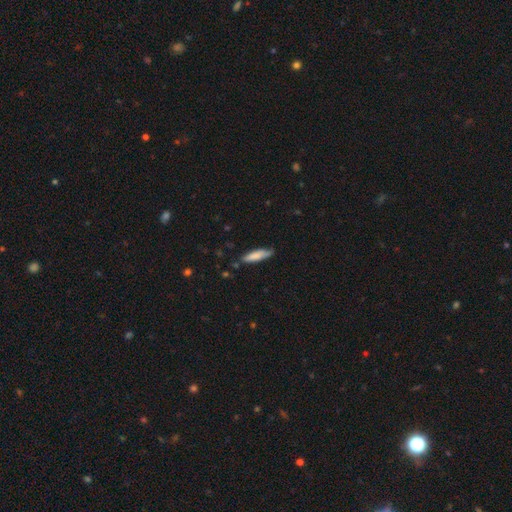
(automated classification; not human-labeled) This is likely a smooth galaxy (80%). How rounded: likely cigar-shaped (73%). Merging: likely none (75%).